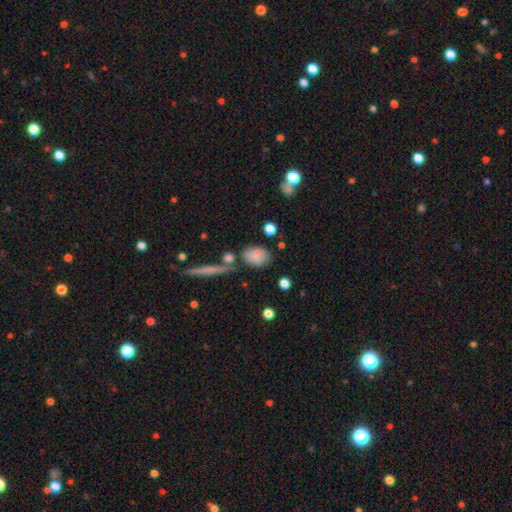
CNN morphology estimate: Smooth or featured: smooth — 76% (featured or disk — 15%)
How rounded: in between — 74% (round — 22%)
Merging: none — 60% (minor disturbance — 18%)